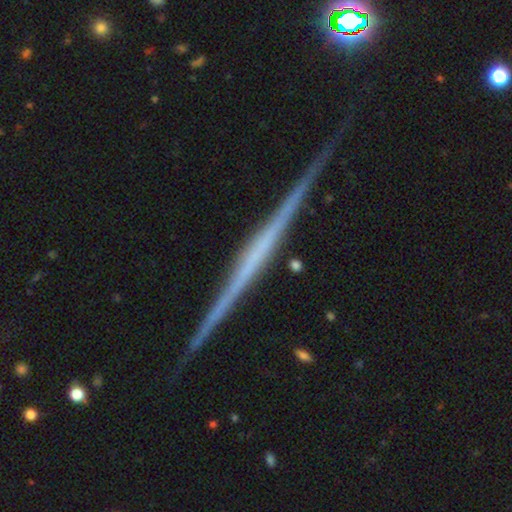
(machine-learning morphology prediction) The model was most divided on "smooth or featured": featured or disk: 78%, smooth: 15%, star or artifact: 7%. More confident: edge-on disk — yes (98%); merging — none (90%); edge-on bulge — none (82%).